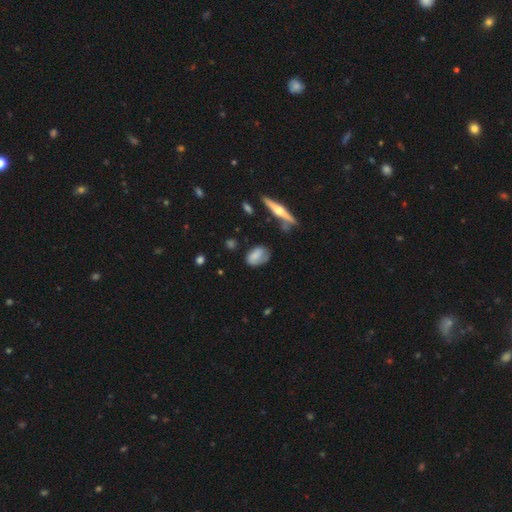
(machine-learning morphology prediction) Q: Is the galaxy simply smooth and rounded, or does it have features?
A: smooth — 59%.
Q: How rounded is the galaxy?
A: in between — 82%.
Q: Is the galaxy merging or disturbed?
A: none — 57%.